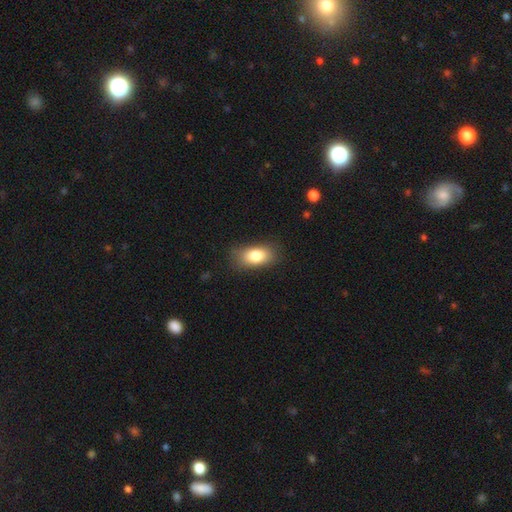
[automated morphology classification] Smooth or featured? Predicted: smooth (p=0.80). How rounded? Predicted: in between (p=0.89). Merging? Predicted: none (p=0.81).